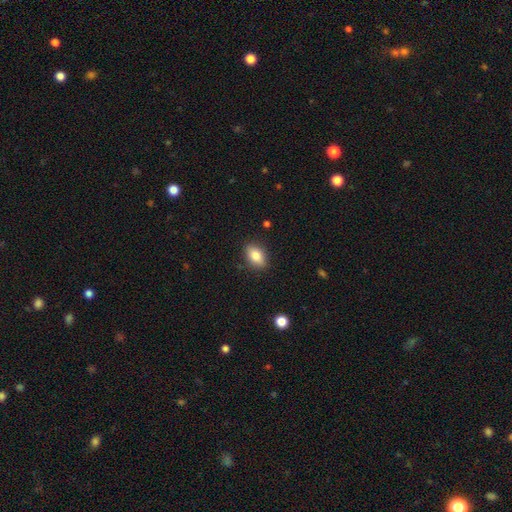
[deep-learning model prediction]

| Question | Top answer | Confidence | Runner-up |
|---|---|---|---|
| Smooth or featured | smooth | 83% | featured or disk (9%) |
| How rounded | in between | 85% | round (13%) |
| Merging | none | 87% | minor disturbance (10%) |